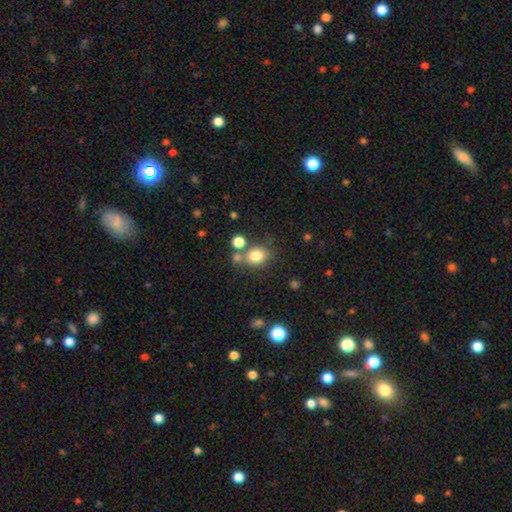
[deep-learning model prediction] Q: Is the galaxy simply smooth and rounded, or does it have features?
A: smooth — 79%.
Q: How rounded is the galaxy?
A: round — 58%.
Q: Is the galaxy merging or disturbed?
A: none — 63%.